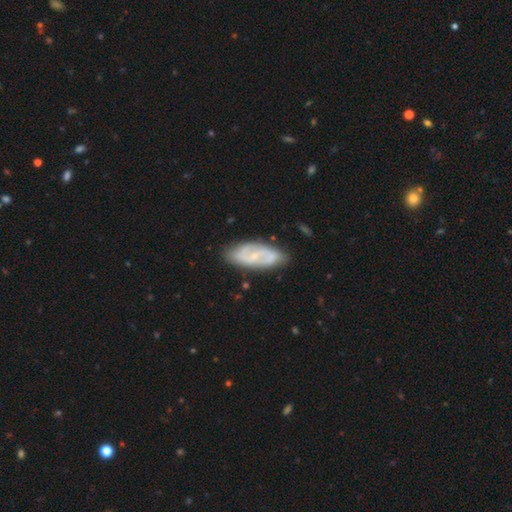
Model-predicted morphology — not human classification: This appears to be a featured or disk galaxy (71%) with a weak bar (46%), 2 (76%) medium (44%) spiral arms (87%) and a small central bulge (66%). Merging: none (80%).